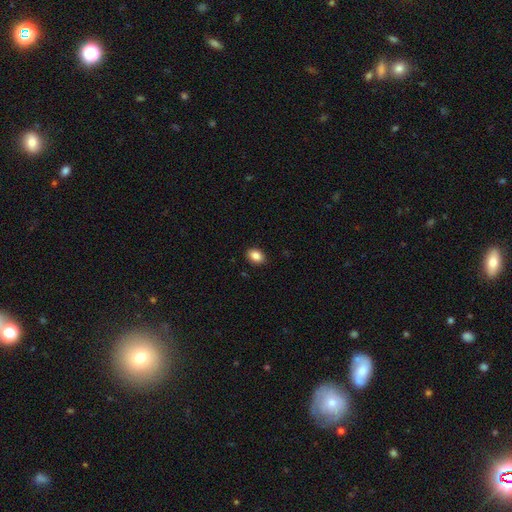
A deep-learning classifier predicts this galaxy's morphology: The model was most divided on "how rounded": in between: 77%, round: 22%, cigar-shaped: 1%. More confident: merging — none (90%); smooth or featured — smooth (87%).